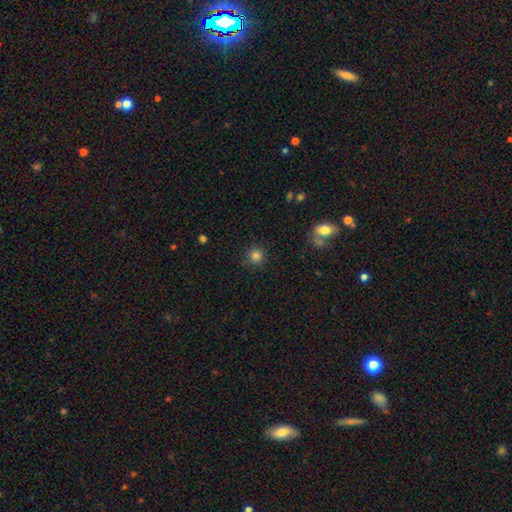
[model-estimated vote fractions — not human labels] Q: Smooth or featured?
A: smooth (83%); runner-up: star or artifact (12%)
Q: How rounded?
A: round (93%); runner-up: in between (6%)
Q: Merging?
A: none (87%); runner-up: minor disturbance (8%)